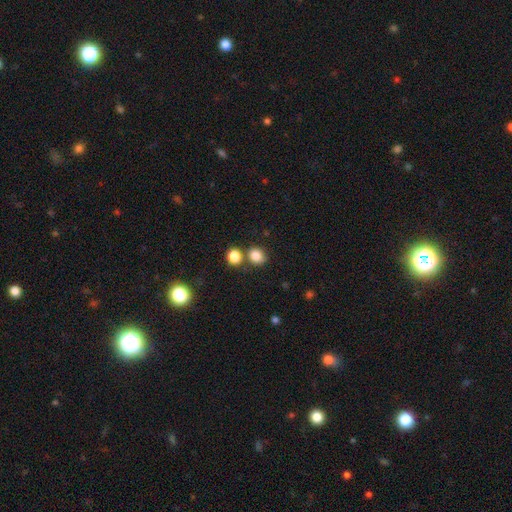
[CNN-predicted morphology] smooth-or-featured: smooth: 83% | star or artifact: 12% | featured or disk: 5%
  how-rounded: round: 68% | in between: 31% | cigar-shaped: 1%
  merging: none: 68% | merger: 18% | minor disturbance: 10% | major disturbance: 3%